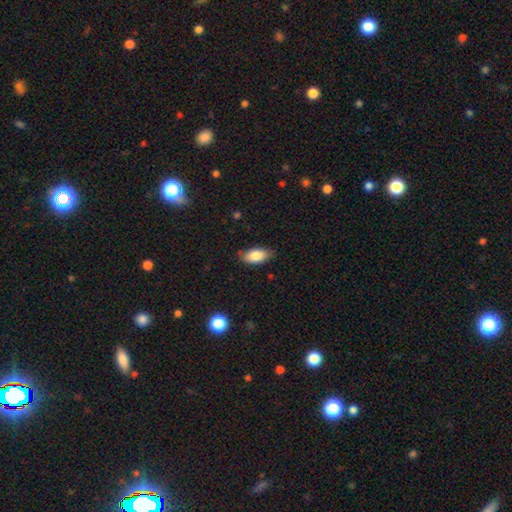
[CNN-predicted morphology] smooth 83%, featured or disk 10%, star or artifact 7%. Down the decision tree: how rounded — in between (91%); merging — none (79%).